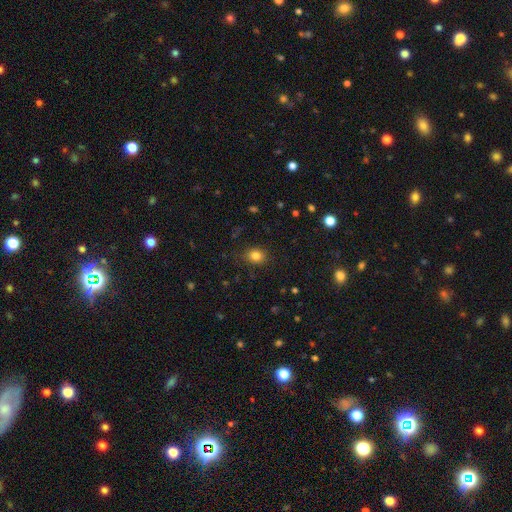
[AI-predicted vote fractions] This appears to be a smooth galaxy with no disk features (81%) that is round (55%). Merging: none (83%).